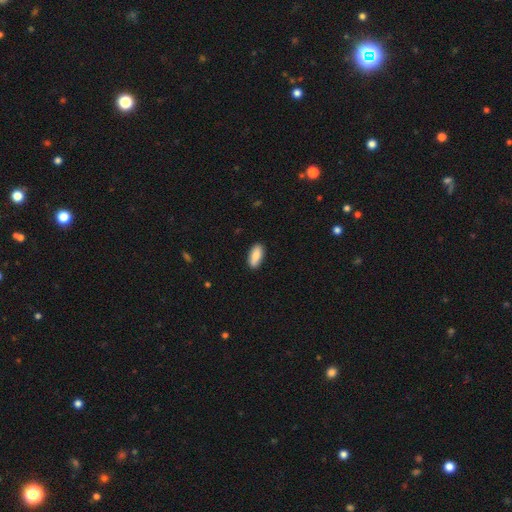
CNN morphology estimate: Smooth or featured? Predicted: smooth (p=0.84). How rounded? Predicted: in between (p=0.84). Merging? Predicted: none (p=0.86).